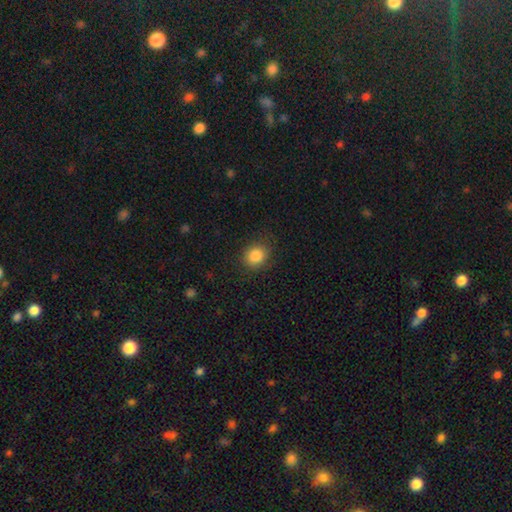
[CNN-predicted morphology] This is clearly a smooth galaxy (85%). How rounded: likely round (71%). Merging: clearly none (84%).